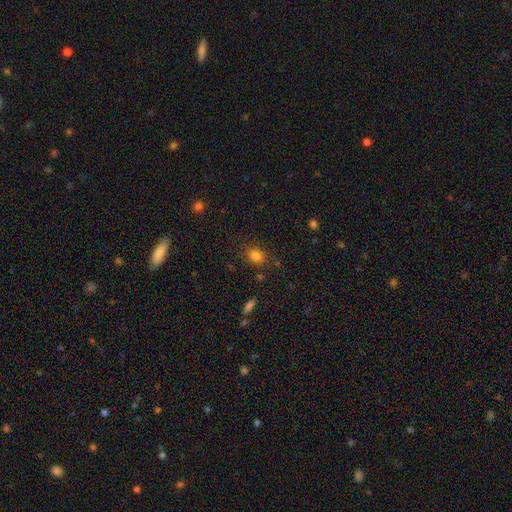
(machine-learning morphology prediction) This appears to be a smooth galaxy with no disk features (80%) that is round (60%). Merging: none (81%).